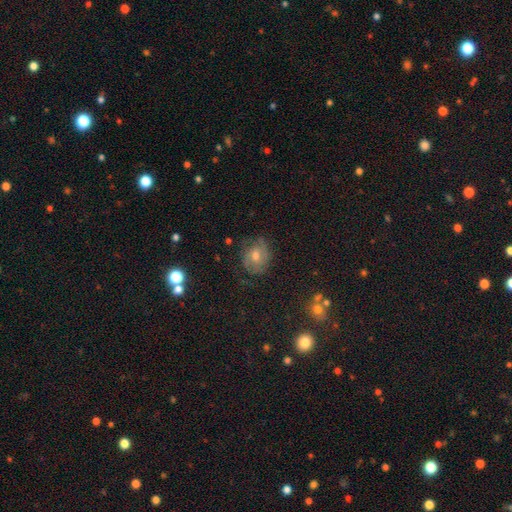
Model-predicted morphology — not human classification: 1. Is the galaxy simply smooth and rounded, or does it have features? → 44% smooth, 43% featured or disk, 13% star or artifact.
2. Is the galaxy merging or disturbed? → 65% none, 23% minor disturbance, 11% major disturbance, 2% merger.